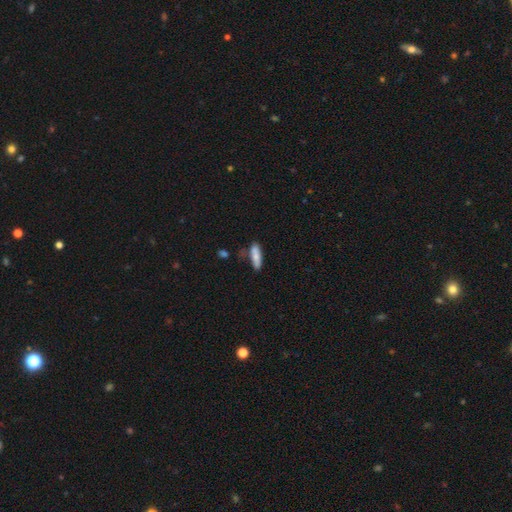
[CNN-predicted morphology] smooth-or-featured: smooth: 76% | featured or disk: 17% | star or artifact: 7%
  how-rounded: cigar-shaped: 56% | in between: 42% | round: 2%
  merging: none: 57% | minor disturbance: 23% | merger: 13% | major disturbance: 7%